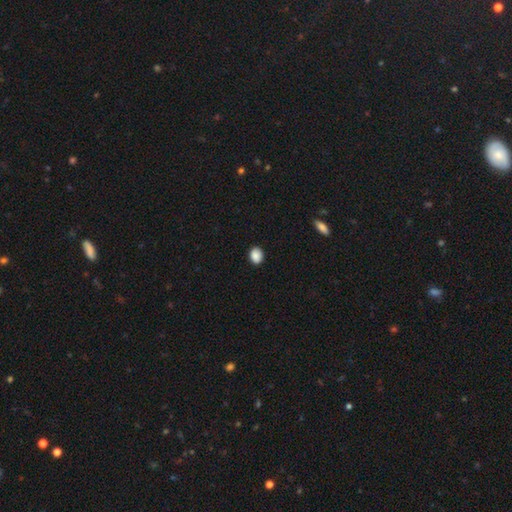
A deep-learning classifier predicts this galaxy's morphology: A smooth galaxy with no disk features (89%) that is round (51%). Merging: none (89%).